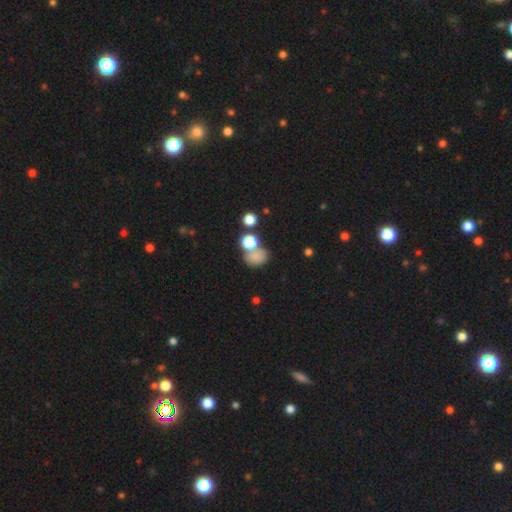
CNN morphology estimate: Smooth or featured: smooth — 76% (star or artifact — 14%)
How rounded: round — 51% (in between — 47%)
Merging: none — 41% (merger — 35%)